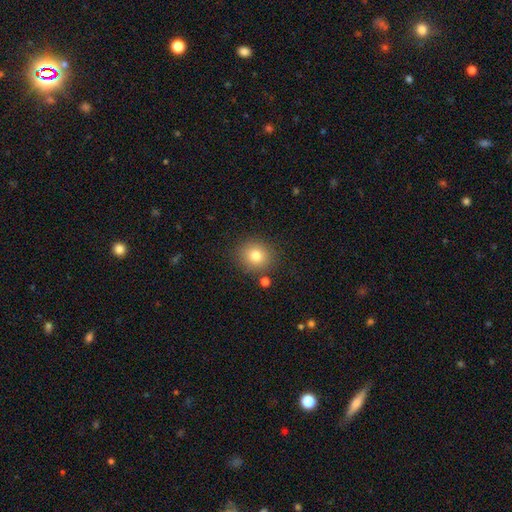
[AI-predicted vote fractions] Overall: smooth (79%). How rounded: round (82%). Merging: none (84%).